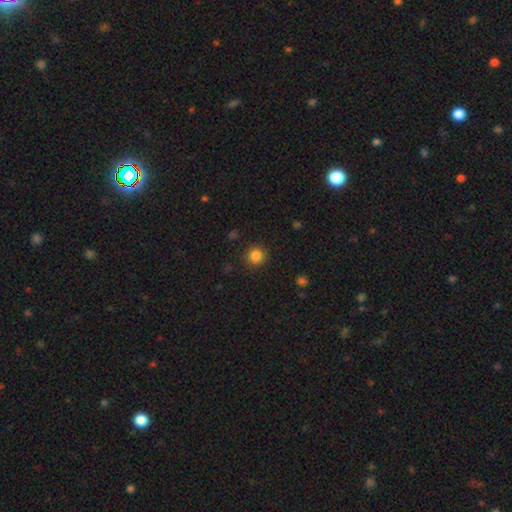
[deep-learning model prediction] Smooth or featured? Predicted: smooth (p=0.84). How rounded? Predicted: round (p=0.94). Merging? Predicted: none (p=0.90).